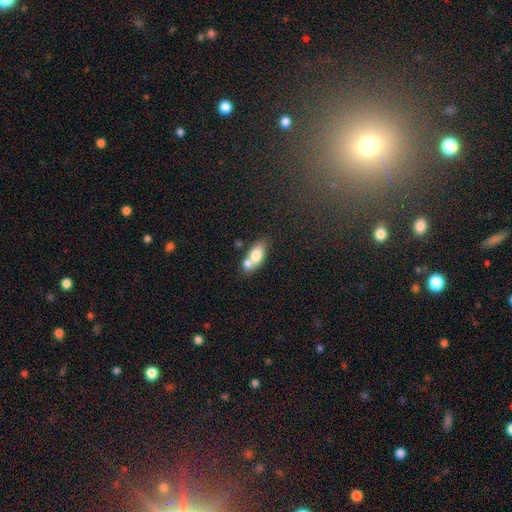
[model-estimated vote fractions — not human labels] Smooth or featured?
  - smooth: 71% *
  - featured or disk: 22%
  - star or artifact: 7%
How rounded?
  - in between: 80% *
  - round: 11%
  - cigar-shaped: 9%
Merging?
  - merger: 52% *
  - none: 34%
  - minor disturbance: 11%
  - major disturbance: 4%